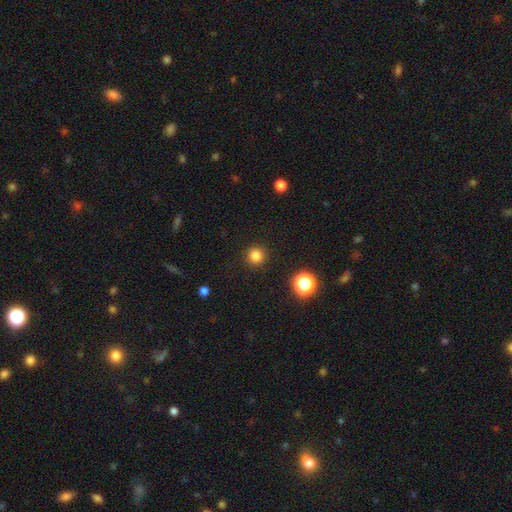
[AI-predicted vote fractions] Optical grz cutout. It shows a smooth galaxy with no disk features (83%) that is round (94%). Merging: none (92%).